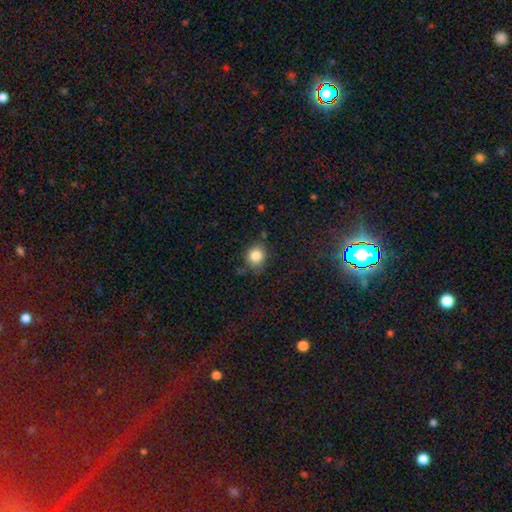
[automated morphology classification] A smooth galaxy with no disk features (84%) that is round (76%). Merging: none (73%).